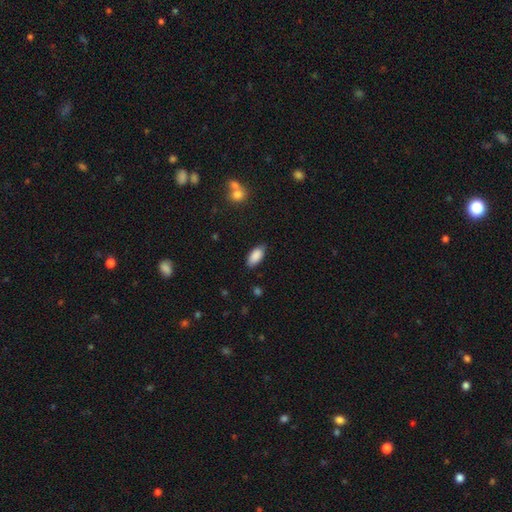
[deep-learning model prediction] Overall: smooth (88%). How rounded: in between (90%). Merging: none (80%).